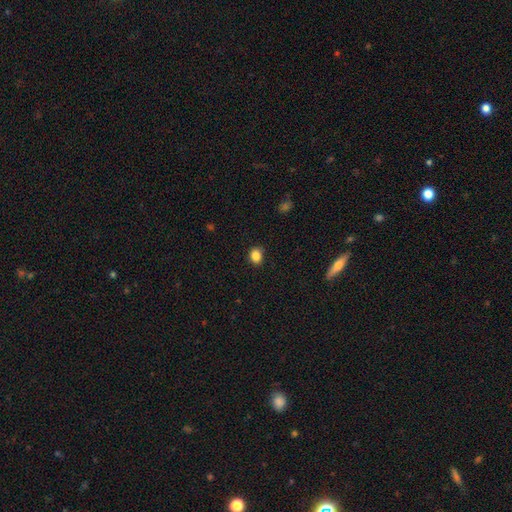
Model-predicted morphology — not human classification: Smooth or featured? Predicted: smooth (p=0.86). How rounded? Predicted: round (p=0.62). Merging? Predicted: none (p=0.88).